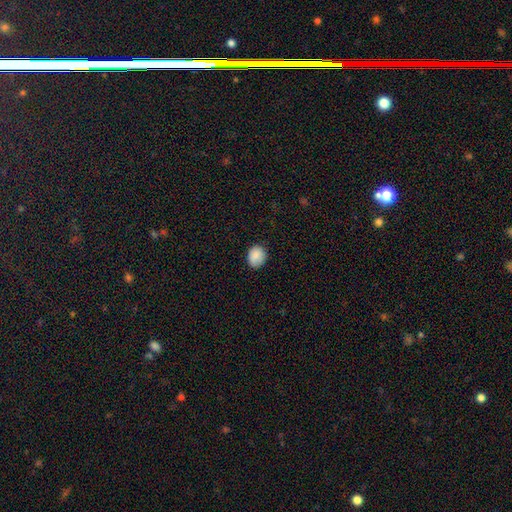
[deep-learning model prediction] smooth 87%, star or artifact 8%, featured or disk 5%. Down the decision tree: how rounded — round (58%); merging — none (80%).